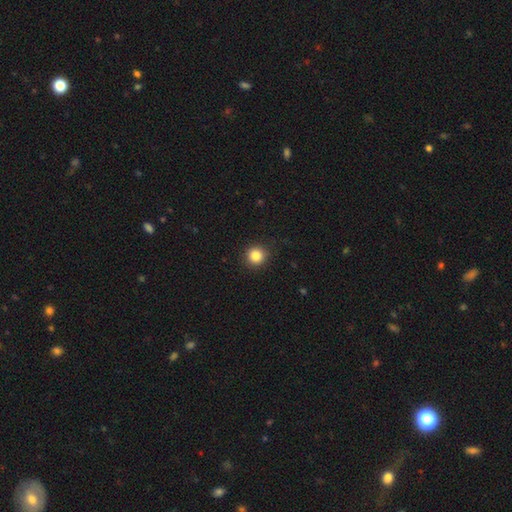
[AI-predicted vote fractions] This is clearly a smooth galaxy (85%). How rounded: clearly round (94%). Merging: clearly none (91%).